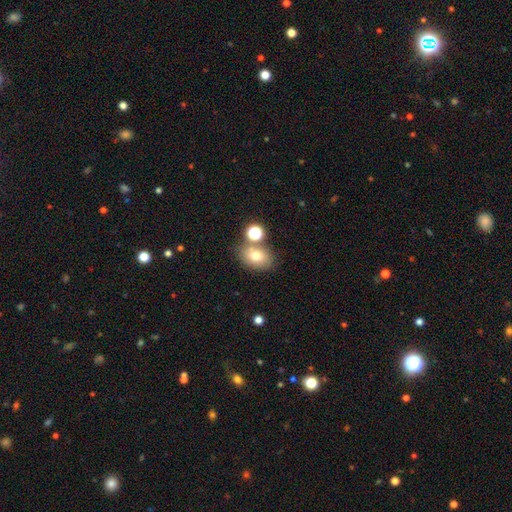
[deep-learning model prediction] Morphology: type=smooth (72%); roundness=in between (64%); merging=none (64%).